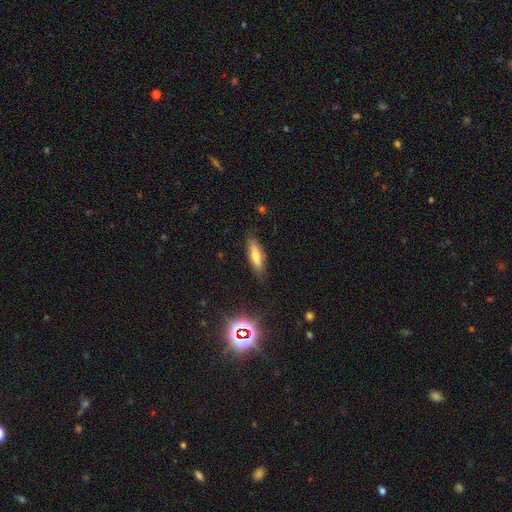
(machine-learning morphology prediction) Q: Smooth or featured?
A: smooth (61%); runner-up: featured or disk (29%)
Q: How rounded?
A: cigar-shaped (63%); runner-up: in between (35%)
Q: Merging?
A: none (85%); runner-up: minor disturbance (11%)